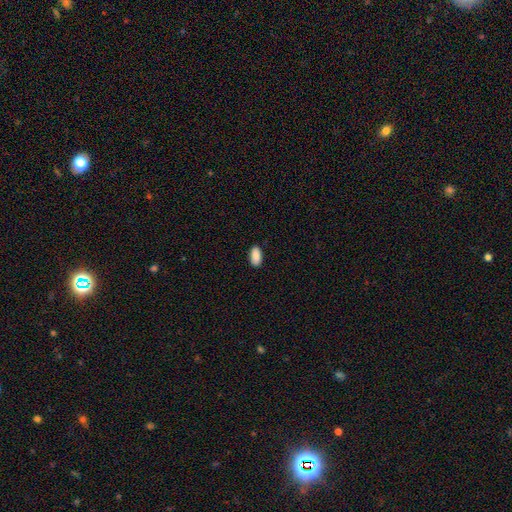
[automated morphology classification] Overall: smooth (90%). How rounded: in between (94%). Merging: none (88%).